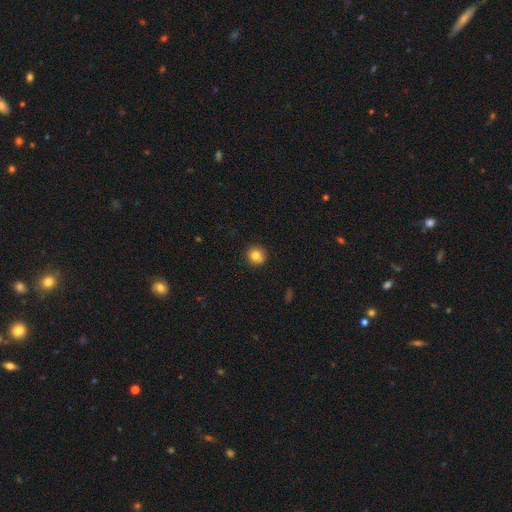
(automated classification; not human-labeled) smooth_or_featured: smooth (p=0.81) [alt: star or artifact p=0.11]
how_rounded: round (p=0.91) [alt: in between p=0.08]
merging: none (p=0.87) [alt: minor disturbance p=0.09]